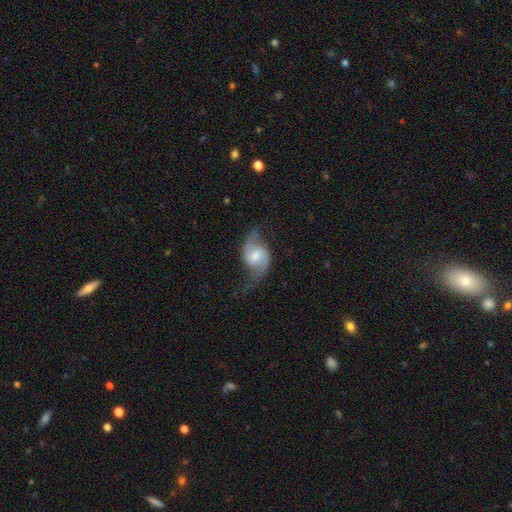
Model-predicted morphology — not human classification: type=featured or disk (81%); edge-on=no (97%); bar=weak (54%); spiral arms=yes (95%); winding=loose (65%); arm count=2 (92%); bulge=moderate (54%); merging=none (67%).